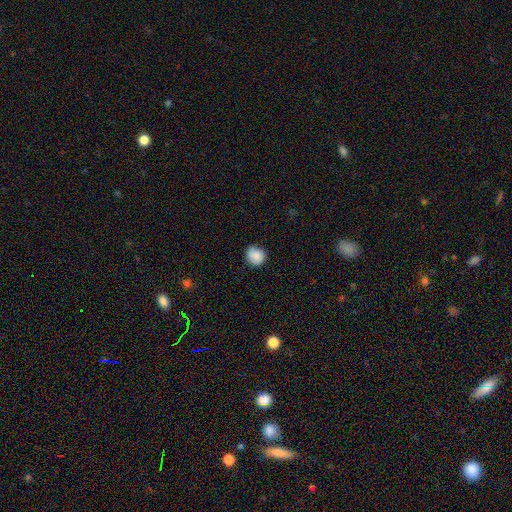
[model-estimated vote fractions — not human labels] smooth_or_featured: smooth (p=0.84) [alt: star or artifact p=0.08]
how_rounded: round (p=0.83) [alt: in between p=0.16]
merging: none (p=0.74) [alt: minor disturbance p=0.20]